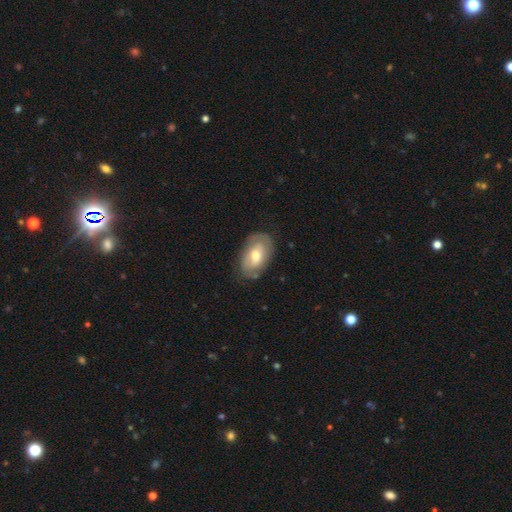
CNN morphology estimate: Smooth or featured?
  - smooth: 51% *
  - featured or disk: 42%
  - star or artifact: 6%
How rounded?
  - in between: 90% *
  - round: 8%
  - cigar-shaped: 2%
Merging?
  - none: 75% *
  - minor disturbance: 18%
  - major disturbance: 5%
  - merger: 1%